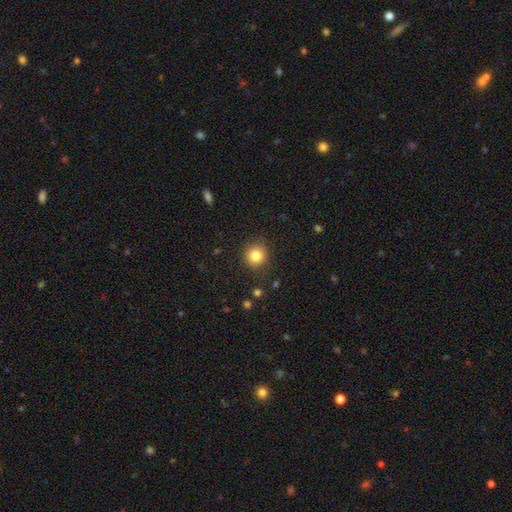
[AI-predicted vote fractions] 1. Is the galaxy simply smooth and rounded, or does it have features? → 83% smooth, 11% star or artifact, 6% featured or disk.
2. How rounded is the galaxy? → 90% round, 9% in between, 1% cigar-shaped.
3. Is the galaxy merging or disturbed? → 88% none, 8% minor disturbance, 3% major disturbance, 1% merger.